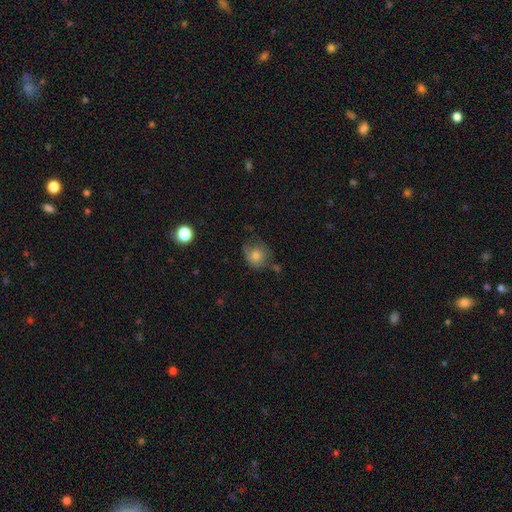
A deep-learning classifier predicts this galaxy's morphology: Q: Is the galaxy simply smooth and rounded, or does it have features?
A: smooth — 75%.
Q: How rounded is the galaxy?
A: round — 83%.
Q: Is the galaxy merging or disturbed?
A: none — 58%.